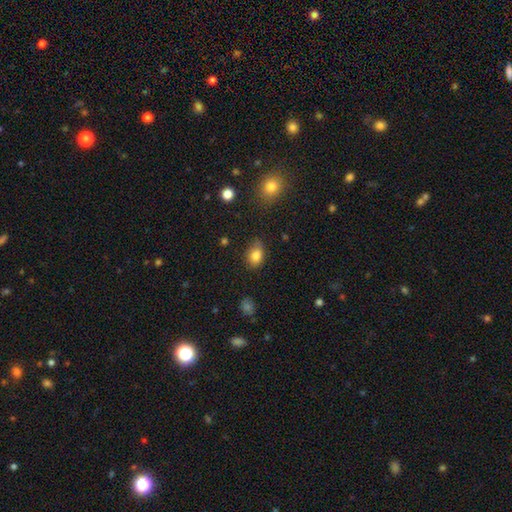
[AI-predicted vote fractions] smooth-or-featured: smooth: 84% | star or artifact: 10% | featured or disk: 6%
  how-rounded: in between: 70% | round: 28% | cigar-shaped: 1%
  merging: none: 66% | minor disturbance: 26% | major disturbance: 6% | merger: 3%